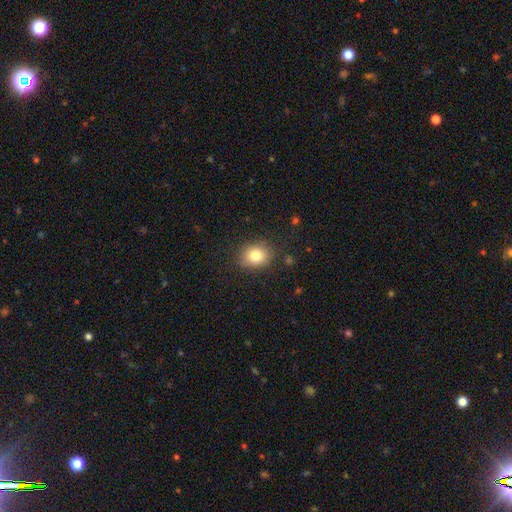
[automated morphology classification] Smooth or featured? smooth (81%)
How rounded? round (60%)
Merging? none (84%)